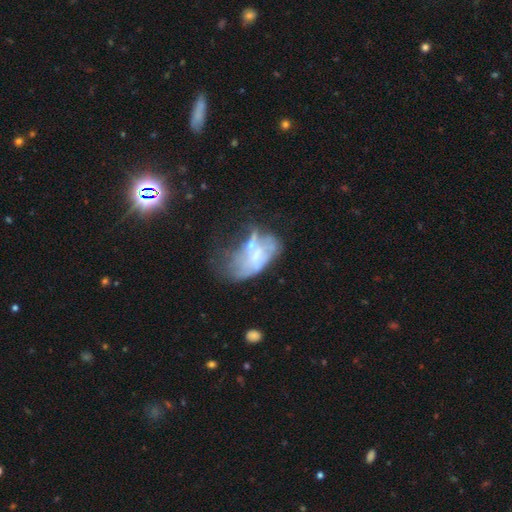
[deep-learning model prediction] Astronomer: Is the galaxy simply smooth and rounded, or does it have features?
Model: featured or disk — 57% (runner-up: smooth, 32%).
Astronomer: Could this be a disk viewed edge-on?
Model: no — 95%.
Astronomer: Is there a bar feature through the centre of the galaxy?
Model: no — 74%.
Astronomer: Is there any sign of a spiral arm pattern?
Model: no — 80%.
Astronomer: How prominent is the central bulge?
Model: small — 39% (runner-up: moderate, 28%).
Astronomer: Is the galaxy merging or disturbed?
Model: major disturbance — 35% (runner-up: merger, 25%).